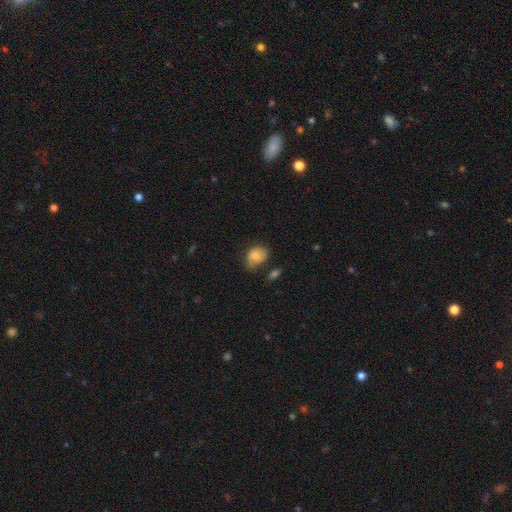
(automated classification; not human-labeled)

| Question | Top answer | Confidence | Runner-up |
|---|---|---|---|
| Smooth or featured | smooth | 81% | featured or disk (11%) |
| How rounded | in between | 62% | round (36%) |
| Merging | none | 50% | minor disturbance (34%) |